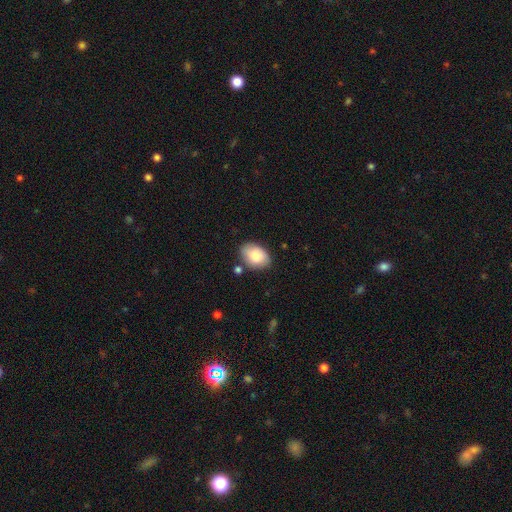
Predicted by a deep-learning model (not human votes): Smooth or featured?
  - smooth: 83% *
  - featured or disk: 10%
  - star or artifact: 7%
How rounded?
  - in between: 83% *
  - round: 15%
  - cigar-shaped: 1%
Merging?
  - none: 74% *
  - minor disturbance: 17%
  - merger: 5%
  - major disturbance: 4%